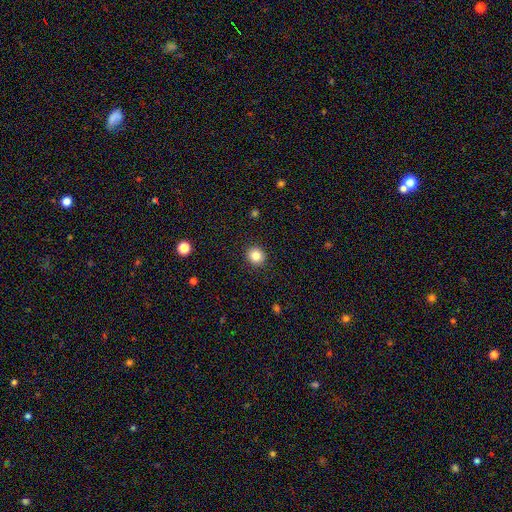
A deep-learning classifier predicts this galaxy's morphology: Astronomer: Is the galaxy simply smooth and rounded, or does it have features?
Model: smooth — 84%.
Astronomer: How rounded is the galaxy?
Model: round — 85%.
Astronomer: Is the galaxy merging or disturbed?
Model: none — 91%.